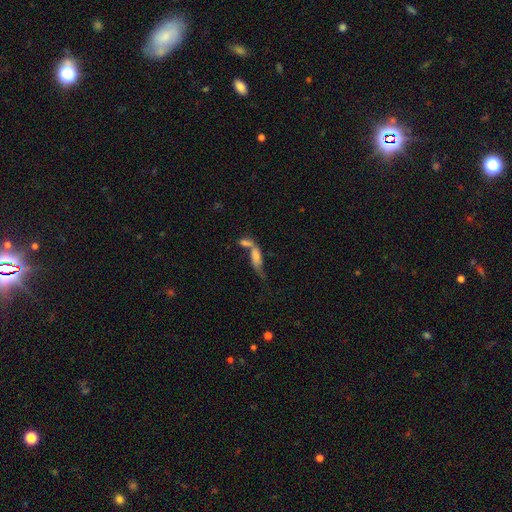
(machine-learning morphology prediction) Overall: smooth (56%; featured or disk 34%). How rounded: in between (58%; cigar-shaped 38%). Merging: merger (60%).